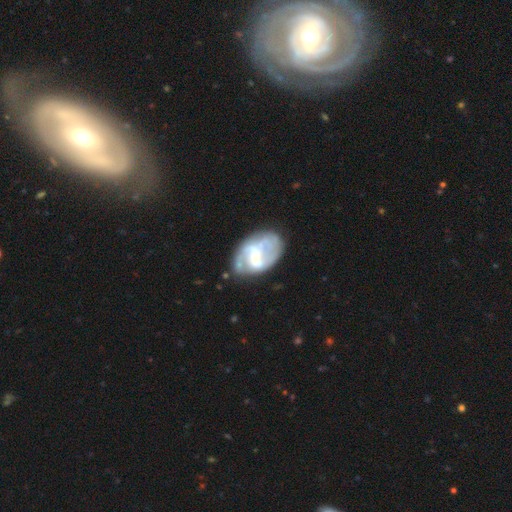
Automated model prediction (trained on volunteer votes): A featured or disk galaxy (75%) with a weak bar (48%), 2 (59%) loose (40%, tied with medium) spiral arms (78%) and a small central bulge (38%). Merging: none (54%).